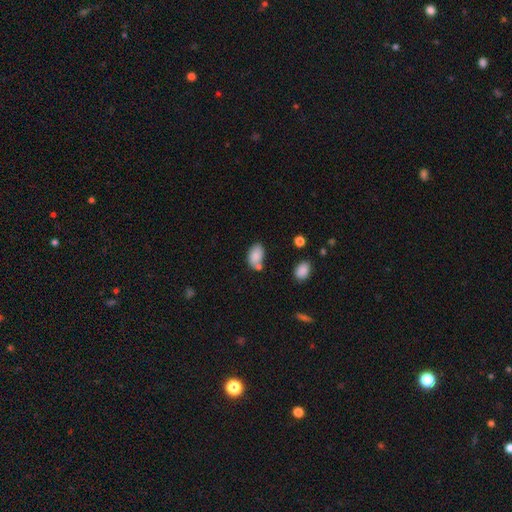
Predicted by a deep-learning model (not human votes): This is clearly a smooth galaxy (85%). How rounded: clearly in between (90%). Merging: possibly none (56%).